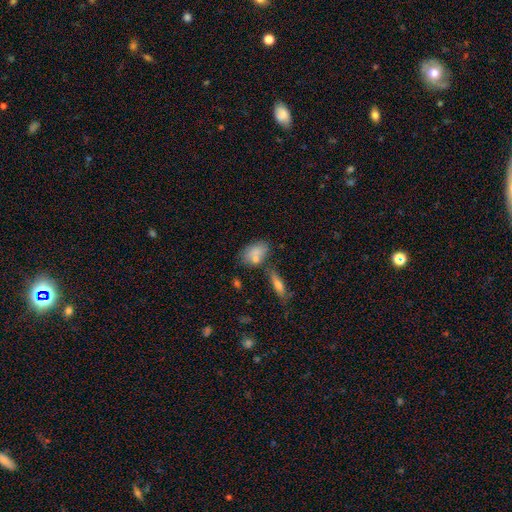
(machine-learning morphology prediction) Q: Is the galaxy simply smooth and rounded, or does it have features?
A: smooth — 76%.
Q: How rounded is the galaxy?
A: in between — 85%.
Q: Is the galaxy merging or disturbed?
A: none — 54%.